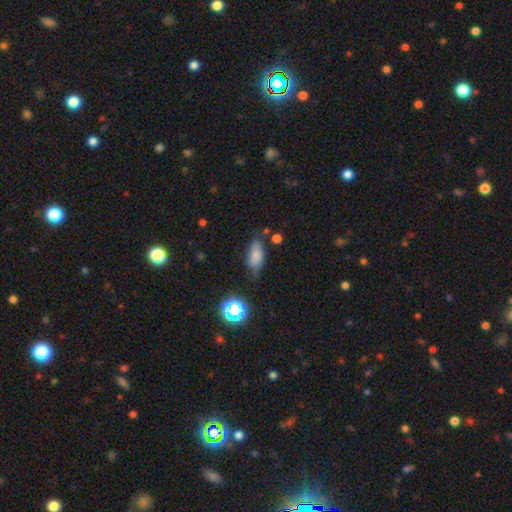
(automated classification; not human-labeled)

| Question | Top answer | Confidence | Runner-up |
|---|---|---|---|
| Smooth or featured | smooth | 75% | star or artifact (13%) |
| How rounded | in between | 82% | cigar-shaped (13%) |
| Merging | none | 59% | minor disturbance (28%) |